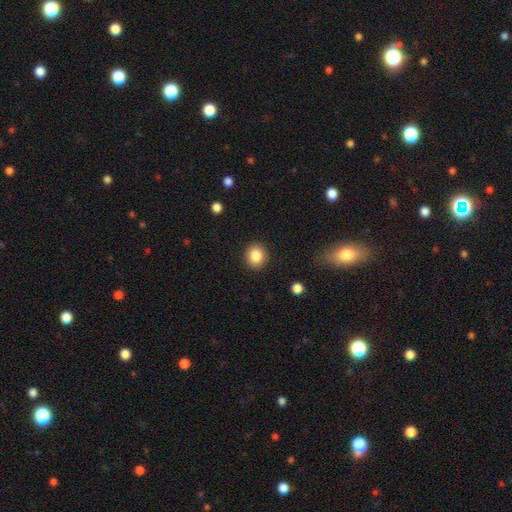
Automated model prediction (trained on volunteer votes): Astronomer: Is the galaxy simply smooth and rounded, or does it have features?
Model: smooth — 86%.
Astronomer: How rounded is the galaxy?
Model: round — 80%.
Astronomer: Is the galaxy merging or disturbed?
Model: none — 91%.